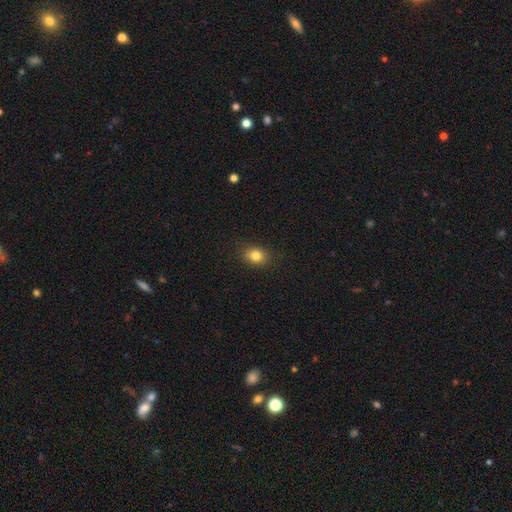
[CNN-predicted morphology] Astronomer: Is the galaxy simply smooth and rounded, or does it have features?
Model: smooth — 81%.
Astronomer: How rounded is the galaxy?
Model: in between — 51% (runner-up: round, 47%).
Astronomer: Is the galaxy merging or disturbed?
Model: none — 86%.